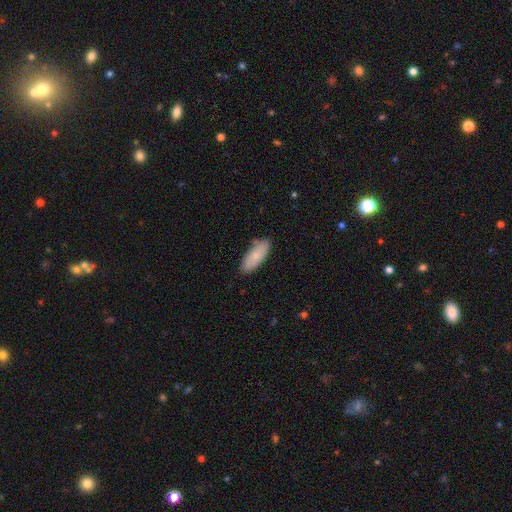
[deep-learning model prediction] A smooth galaxy with no disk features (79%) that is in between round and cigar-shaped (78%). Merging: none (82%).